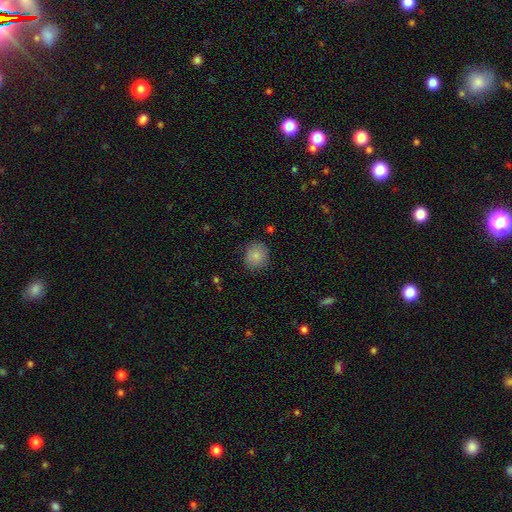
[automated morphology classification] Smooth or featured?
  - smooth: 84% *
  - star or artifact: 9%
  - featured or disk: 7%
How rounded?
  - round: 83% *
  - in between: 17%
  - cigar-shaped: 1%
Merging?
  - none: 84% *
  - minor disturbance: 12%
  - major disturbance: 3%
  - merger: 1%